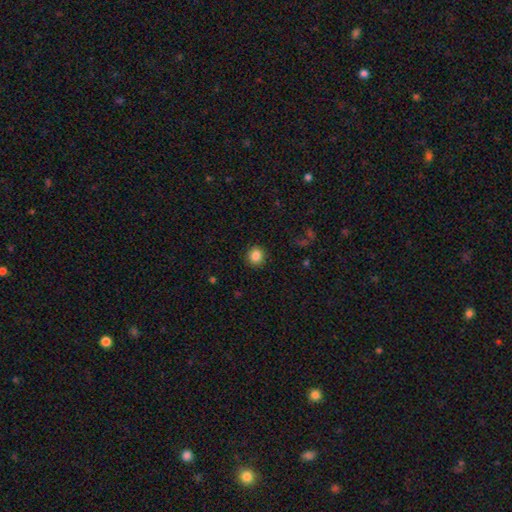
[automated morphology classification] A smooth galaxy with no disk features (86%) that is round (88%). Merging: none (90%).